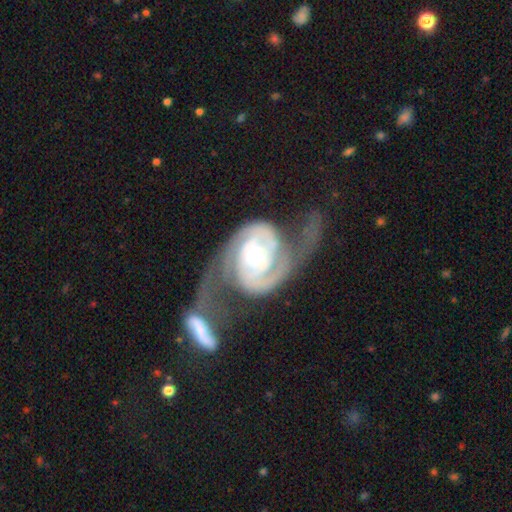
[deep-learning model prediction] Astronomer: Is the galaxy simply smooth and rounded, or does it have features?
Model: featured or disk — 92%.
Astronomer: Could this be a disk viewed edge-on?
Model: no — 97%.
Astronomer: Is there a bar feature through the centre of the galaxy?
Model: no — 50% (runner-up: weak, 30%).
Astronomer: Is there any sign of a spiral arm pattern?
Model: yes — 97%.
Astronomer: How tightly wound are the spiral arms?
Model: medium — 41%, tied with tight at 41%.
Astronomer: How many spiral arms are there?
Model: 2 — 89%.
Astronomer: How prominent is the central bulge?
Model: moderate — 71%.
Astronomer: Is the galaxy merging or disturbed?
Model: none — 33% (runner-up: merger, 28%).